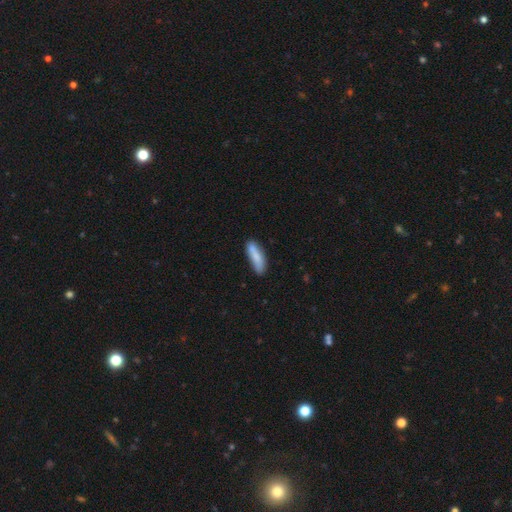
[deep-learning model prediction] A smooth galaxy with no disk features (78%) that is cigar-shaped (56%).

Vote fractions:
- Smooth or featured? smooth: 78% / featured or disk: 16% / star or artifact: 6%
- How rounded? cigar-shaped: 56% / in between: 42% / round: 2%
- Merging? none: 67% / minor disturbance: 21% / merger: 8% / major disturbance: 5%